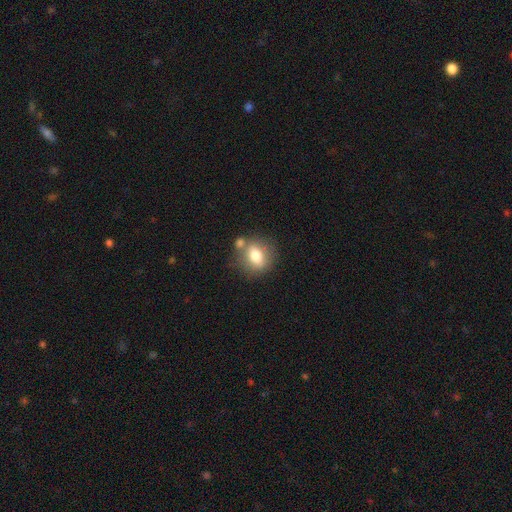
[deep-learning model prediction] A smooth galaxy with no disk features (73%) that is round (49%). Merging: none (62%).